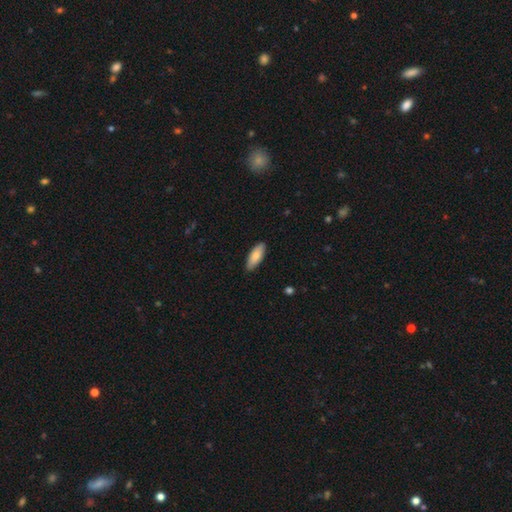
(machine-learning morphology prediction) Smooth or featured? Predicted: smooth (p=0.78). How rounded? Predicted: in between (p=0.75). Merging? Predicted: none (p=0.87).